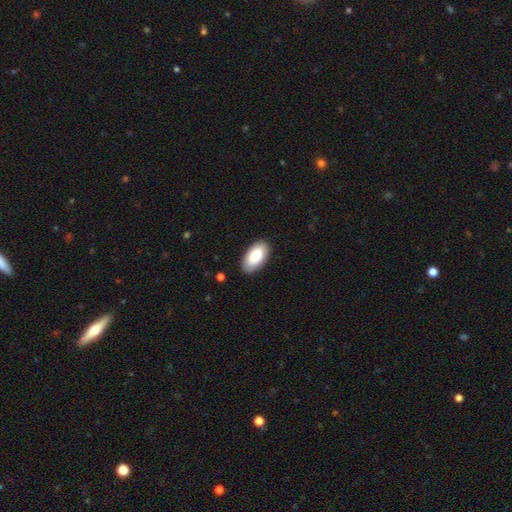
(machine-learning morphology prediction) type=smooth (87%); roundness=in between (96%); merging=none (87%).